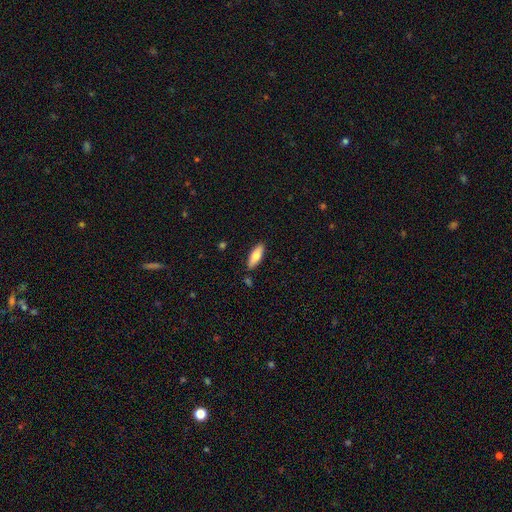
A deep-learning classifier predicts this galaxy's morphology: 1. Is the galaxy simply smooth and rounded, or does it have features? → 76% smooth, 18% featured or disk, 6% star or artifact.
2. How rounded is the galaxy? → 60% in between, 39% cigar-shaped, 2% round.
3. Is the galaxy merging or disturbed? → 84% none, 11% minor disturbance, 3% merger, 2% major disturbance.